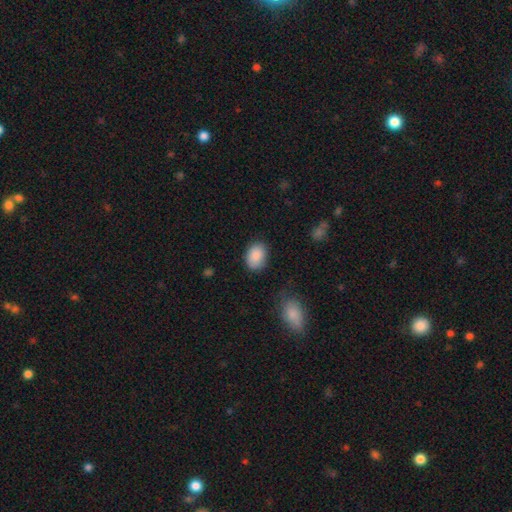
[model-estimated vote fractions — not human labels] Morphology: type=smooth (88%); roundness=in between (79%); merging=none (79%).